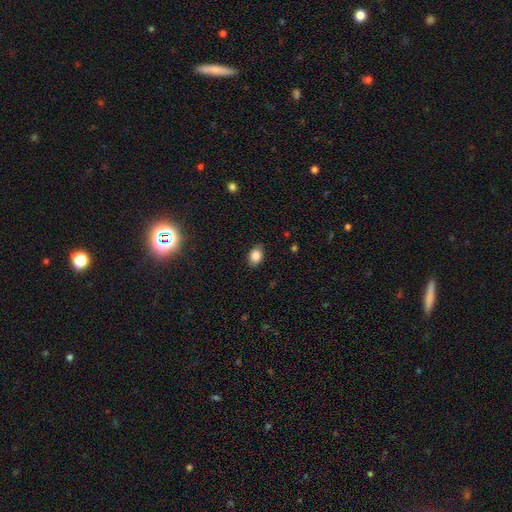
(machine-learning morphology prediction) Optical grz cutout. It shows a smooth galaxy with no disk features (85%) that is in between round and cigar-shaped (74%). Merging: none (81%).